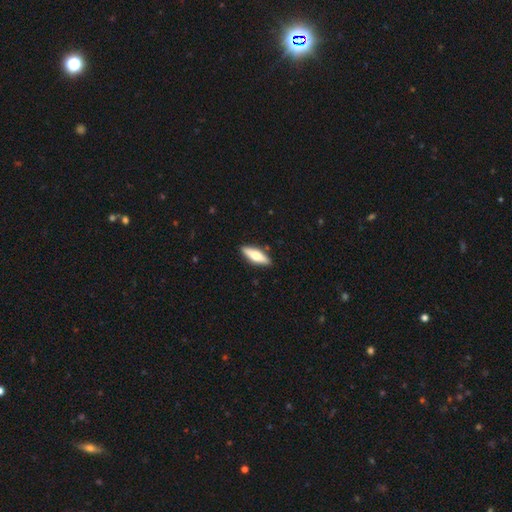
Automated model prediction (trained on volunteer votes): Smooth or featured? Predicted: smooth (p=0.55). How rounded? Predicted: cigar-shaped (p=0.49, tied with in between). Merging? Predicted: none (p=0.88).